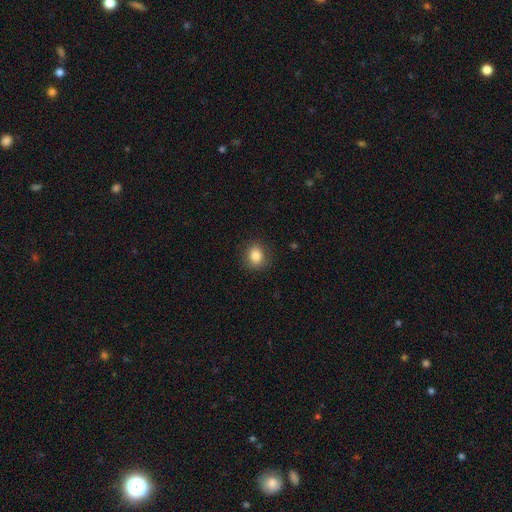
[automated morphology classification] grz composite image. It shows a smooth galaxy with no disk features (83%) that is round (68%). Merging: none (86%).